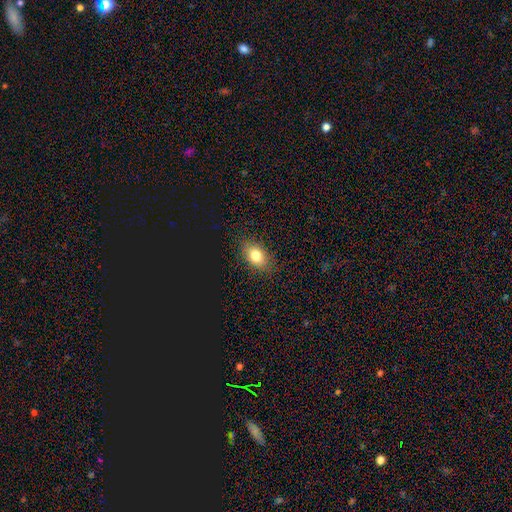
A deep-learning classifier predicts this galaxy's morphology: A smooth galaxy with no disk features (80%) that is in between round and cigar-shaped (77%). Merging: none (86%).